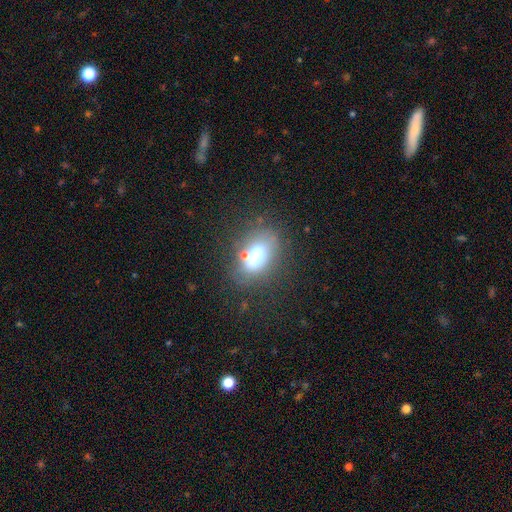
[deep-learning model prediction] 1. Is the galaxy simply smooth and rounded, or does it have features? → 61% smooth, 26% featured or disk, 13% star or artifact.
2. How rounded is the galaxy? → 77% in between, 19% round, 4% cigar-shaped.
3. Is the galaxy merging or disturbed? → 56% none, 19% merger, 17% minor disturbance, 9% major disturbance.